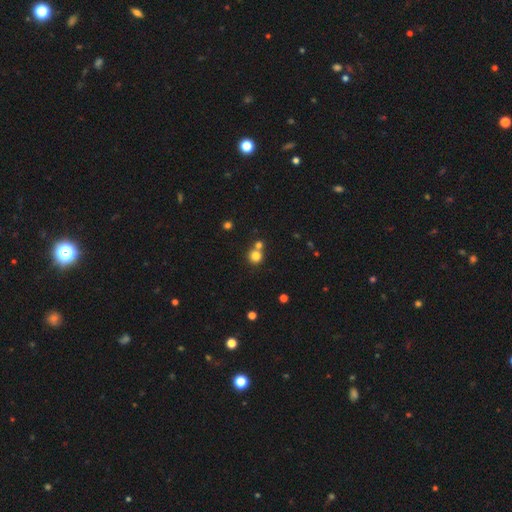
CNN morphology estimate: A smooth galaxy with no disk features (80%) that is round (91%).

Vote fractions:
- Smooth or featured? smooth: 80% / star or artifact: 13% / featured or disk: 8%
- How rounded? round: 91% / in between: 8% / cigar-shaped: 1%
- Merging? none: 58% / merger: 33% / minor disturbance: 7% / major disturbance: 3%